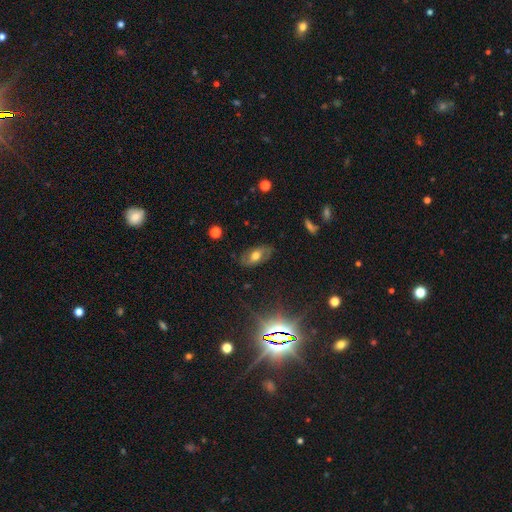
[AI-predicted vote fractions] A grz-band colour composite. It shows a featured or disk galaxy (45%). Merging: none (79%).